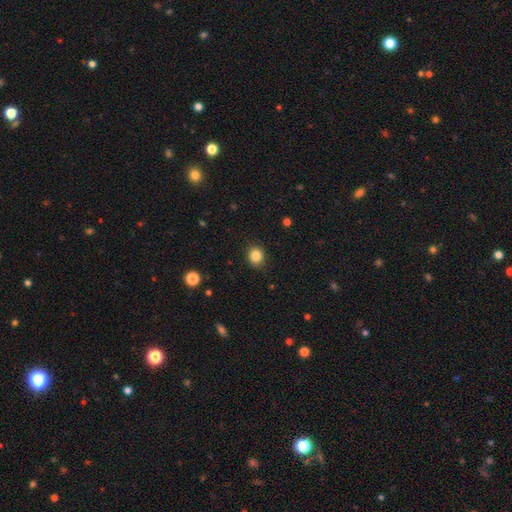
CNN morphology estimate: type=smooth (85%); roundness=round (77%); merging=none (89%).